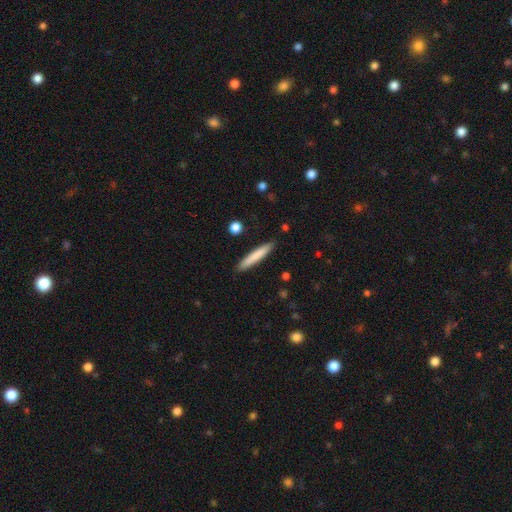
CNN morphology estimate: smooth_or_featured: smooth (p=0.79) [alt: featured or disk p=0.15]
how_rounded: cigar-shaped (p=0.94) [alt: in between p=0.05]
merging: none (p=0.90) [alt: minor disturbance p=0.07]